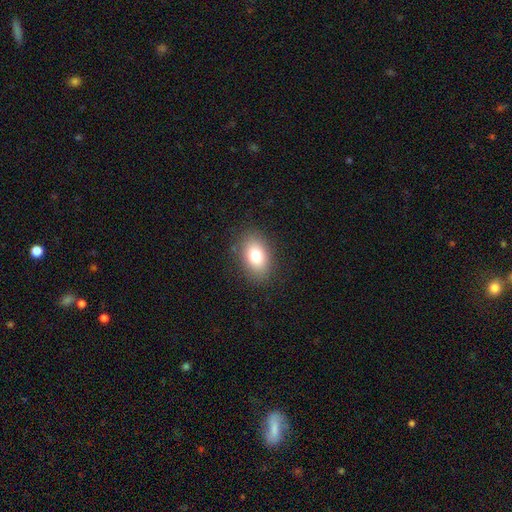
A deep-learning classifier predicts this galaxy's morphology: smooth-or-featured: smooth: 77% | featured or disk: 13% | star or artifact: 10%
  how-rounded: in between: 83% | round: 16% | cigar-shaped: 1%
  merging: none: 86% | minor disturbance: 10% | major disturbance: 3% | merger: 1%